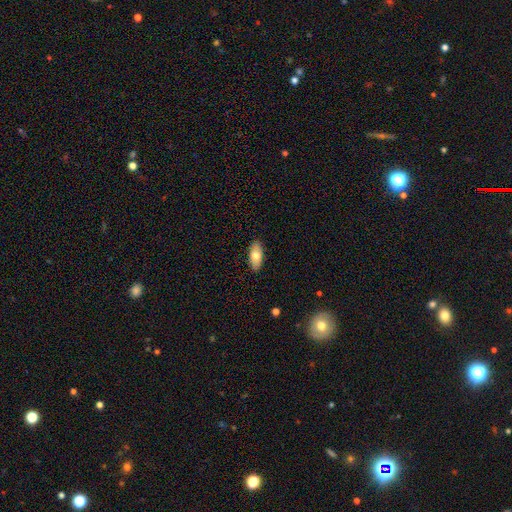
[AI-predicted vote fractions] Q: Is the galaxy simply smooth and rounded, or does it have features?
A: smooth — 74%.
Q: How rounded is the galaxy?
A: in between — 87%.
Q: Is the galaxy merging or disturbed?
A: none — 88%.